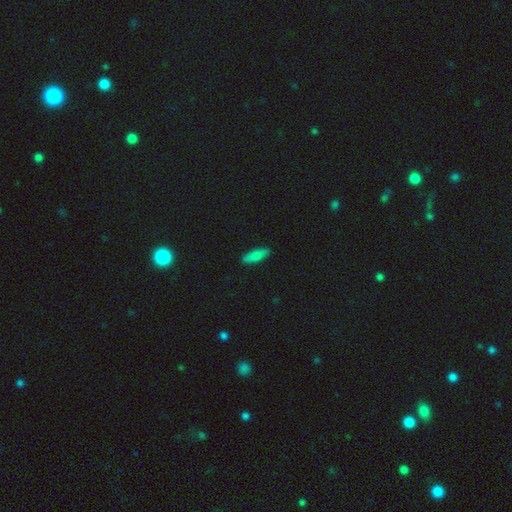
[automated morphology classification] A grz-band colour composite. It shows a smooth galaxy with no disk features (82%) that is in between round and cigar-shaped (62%). Merging: none (89%).